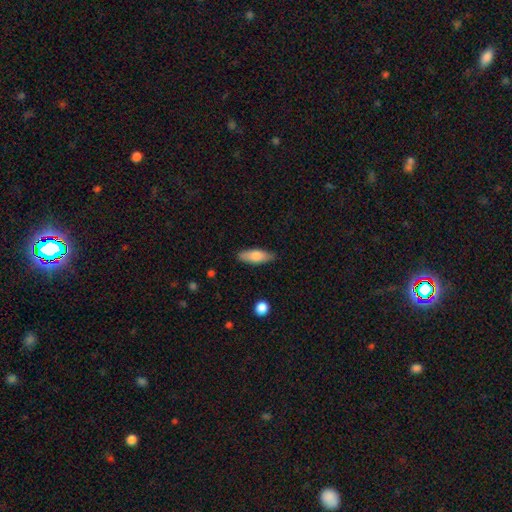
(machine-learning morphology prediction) smooth 76%, featured or disk 18%, star or artifact 6%. Down the decision tree: how rounded — in between (63%); merging — none (83%).